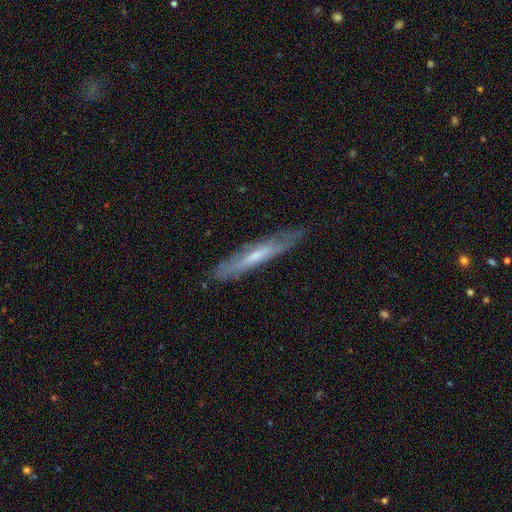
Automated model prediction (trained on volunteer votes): Smooth or featured?
  - featured or disk: 51% *
  - smooth: 43%
  - star or artifact: 6%
Edge-on disk?
  - yes: 75% *
  - no: 25%
Merging?
  - none: 78% *
  - minor disturbance: 17%
  - major disturbance: 4%
  - merger: 1%